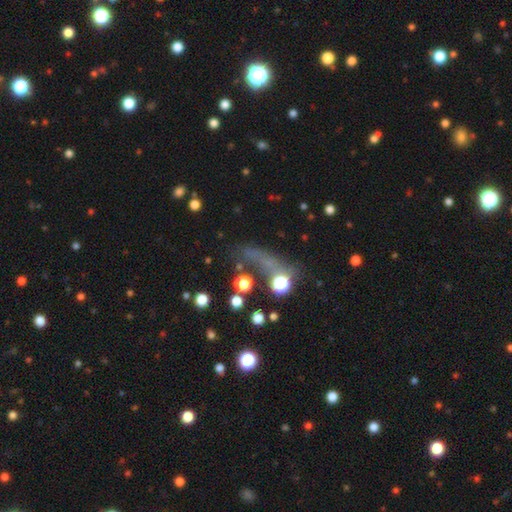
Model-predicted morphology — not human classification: Overall: smooth (45%; star or artifact 35%). Merging: none (47%; major disturbance 25%).